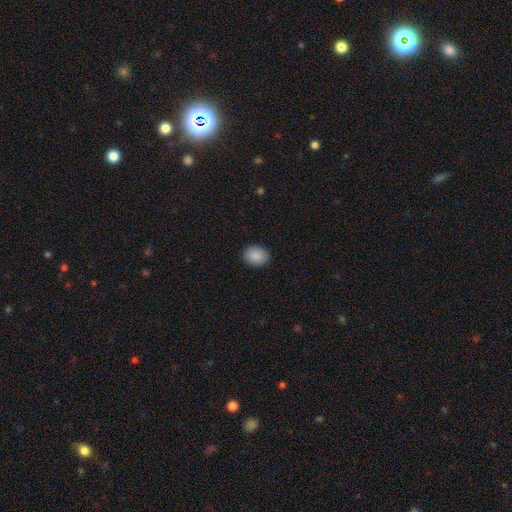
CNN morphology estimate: smooth-or-featured: smooth: 89% | star or artifact: 8% | featured or disk: 3%
  how-rounded: in between: 63% | round: 36% | cigar-shaped: 1%
  merging: none: 90% | minor disturbance: 7% | major disturbance: 2% | merger: 1%